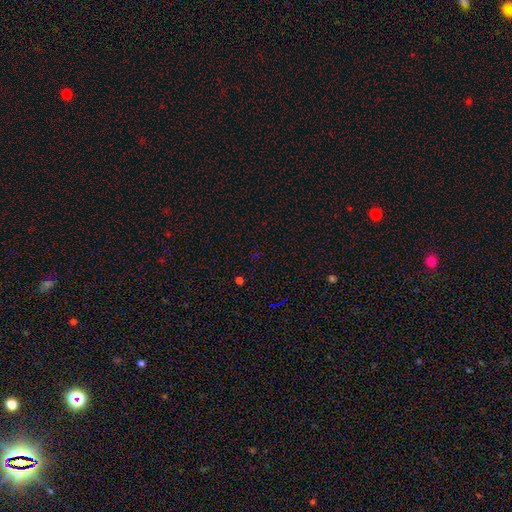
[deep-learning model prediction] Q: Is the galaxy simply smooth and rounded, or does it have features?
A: star or artifact — 66%.